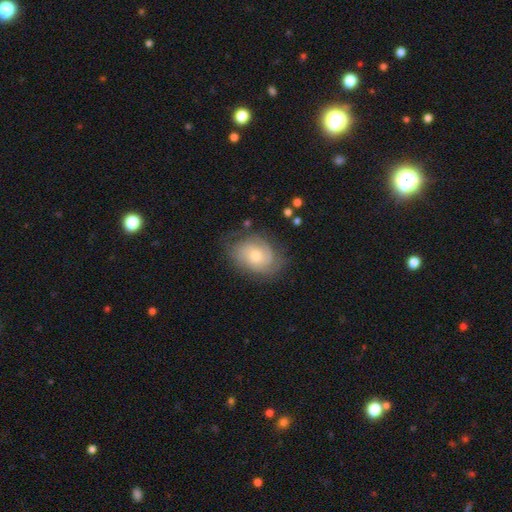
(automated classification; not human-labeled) Q: Smooth or featured?
A: featured or disk (68%); runner-up: smooth (25%)
Q: Edge-on disk?
A: no (97%); runner-up: yes (3%)
Q: Bar?
A: no (75%); runner-up: weak (22%)
Q: Spiral arms?
A: yes (90%); runner-up: no (10%)
Q: Spiral winding?
A: tight (58%); runner-up: medium (32%)
Q: Spiral arm count?
A: can't tell (35%); runner-up: 2 (33%)
Q: Bulge size?
A: small (50%); runner-up: moderate (44%)
Q: Merging?
A: none (69%); runner-up: minor disturbance (21%)